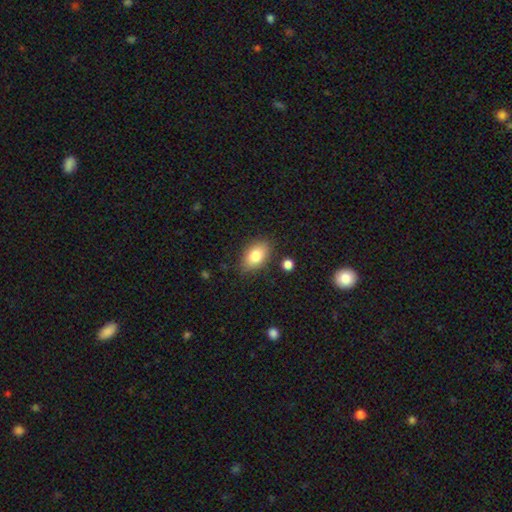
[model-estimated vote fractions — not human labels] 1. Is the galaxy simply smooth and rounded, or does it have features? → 82% smooth, 10% featured or disk, 7% star or artifact.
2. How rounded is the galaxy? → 89% in between, 10% round, 2% cigar-shaped.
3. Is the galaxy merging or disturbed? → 82% none, 13% minor disturbance, 3% major disturbance, 3% merger.